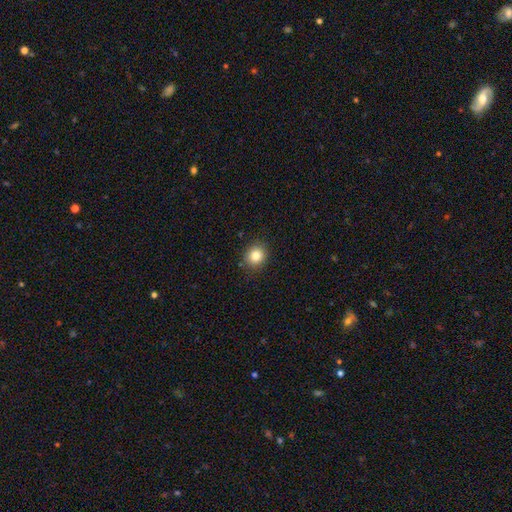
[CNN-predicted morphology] smooth 83%, star or artifact 11%, featured or disk 6%. Down the decision tree: how rounded — round (83%); merging — none (88%).